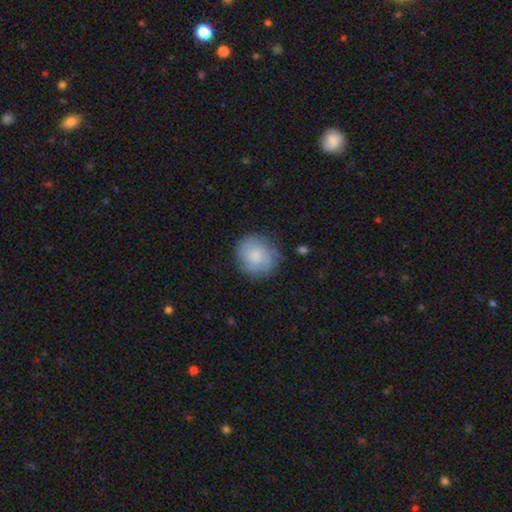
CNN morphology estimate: A smooth galaxy with no disk features (70%) that is round (85%). Merging: none (75%).